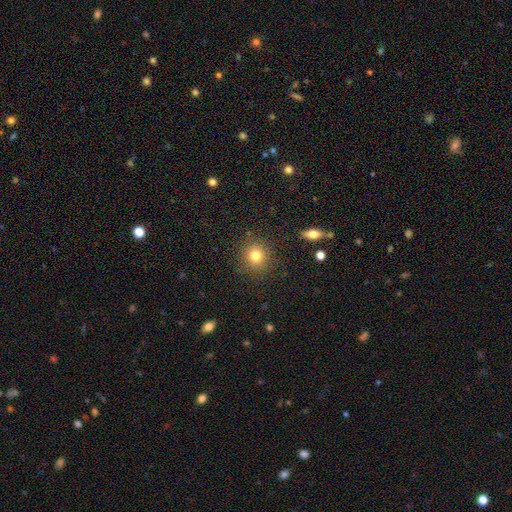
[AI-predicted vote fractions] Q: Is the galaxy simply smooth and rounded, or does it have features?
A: smooth — 81%.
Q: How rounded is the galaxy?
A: round — 88%.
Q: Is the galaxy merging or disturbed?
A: none — 88%.